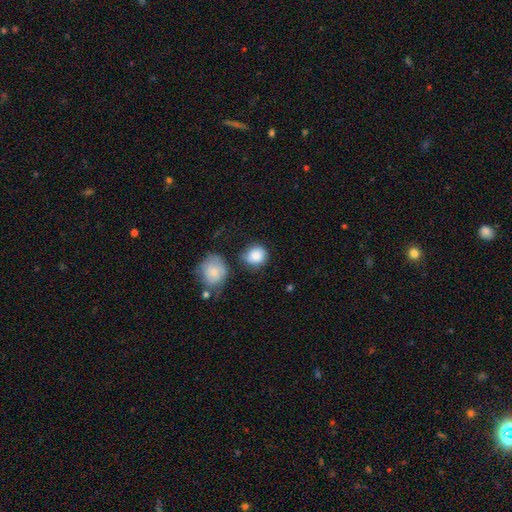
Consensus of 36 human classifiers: Smooth or featured?
  - smooth: 92% *
  - featured or disk: 6%
  - star or artifact: 3%
How rounded?
  - round: 79% *
  - in between: 21%
  - cigar-shaped: 0%
Merging?
  - none: 57% *
  - minor disturbance: 23%
  - major disturbance: 11%
  - merger: 9%